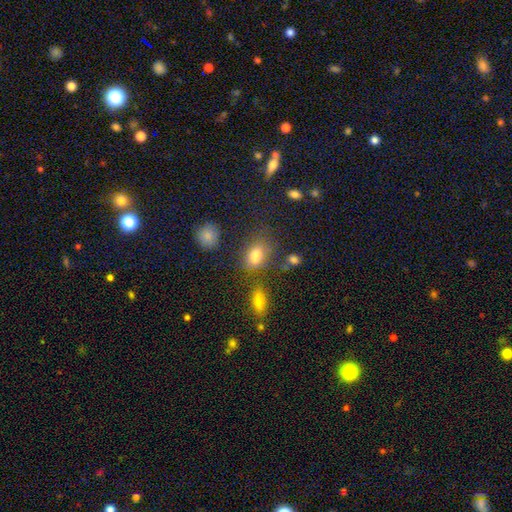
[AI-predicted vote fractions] smooth 76%, star or artifact 14%, featured or disk 10%. Down the decision tree: how rounded — in between (80%); merging — none (55%).